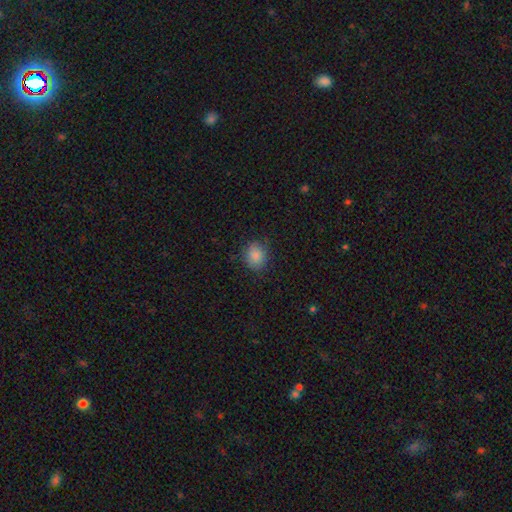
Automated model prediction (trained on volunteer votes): This is clearly a smooth galaxy (85%). How rounded: likely round (73%). Merging: clearly none (82%).